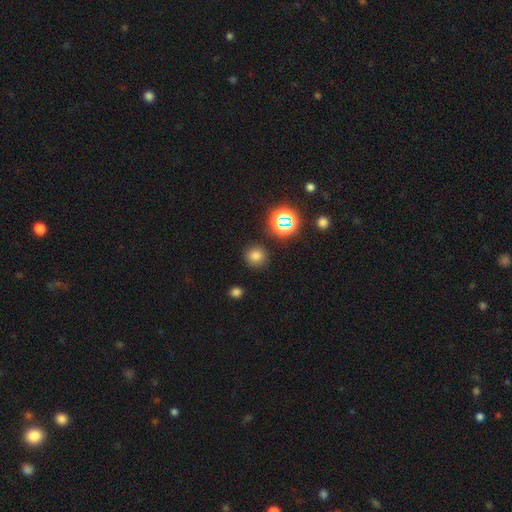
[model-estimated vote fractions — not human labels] This is likely a smooth galaxy (74%). How rounded: clearly round (91%). Merging: clearly none (88%).